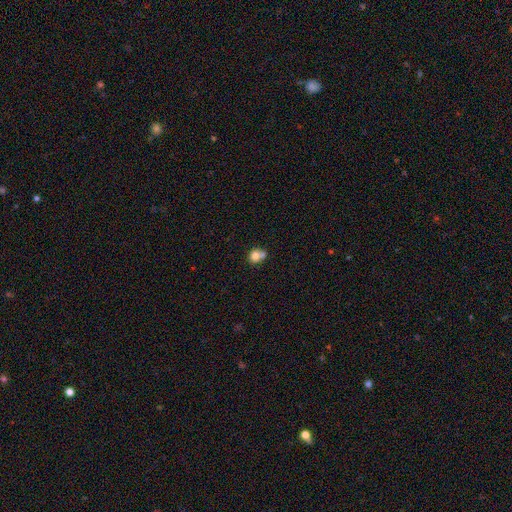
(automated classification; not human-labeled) A smooth galaxy with no disk features (76%) that is round (73%).

Vote fractions:
- Smooth or featured? smooth: 76% / featured or disk: 13% / star or artifact: 11%
- How rounded? round: 73% / in between: 26% / cigar-shaped: 1%
- Merging? merger: 45% / none: 39% / minor disturbance: 11% / major disturbance: 4%